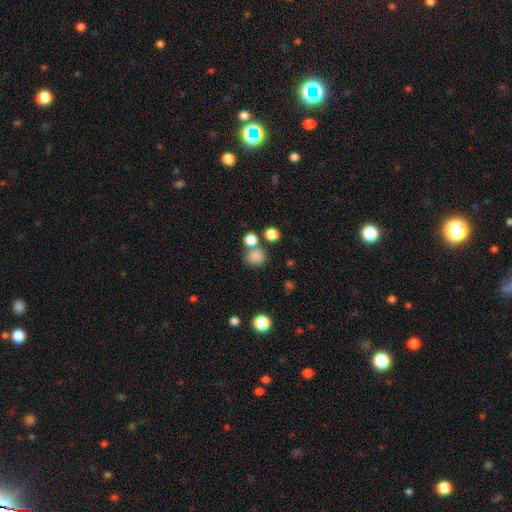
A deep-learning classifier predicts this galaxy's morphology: This appears to be a smooth galaxy with no disk features (82%) that is round (78%). Merging: none (61%).